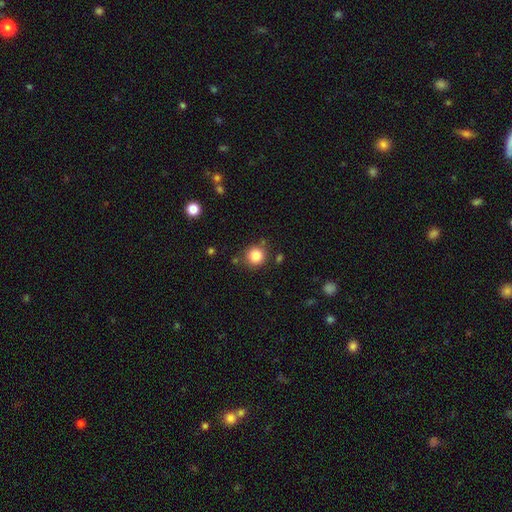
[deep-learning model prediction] Morphology: type=smooth (85%); roundness=round (93%); merging=none (83%).